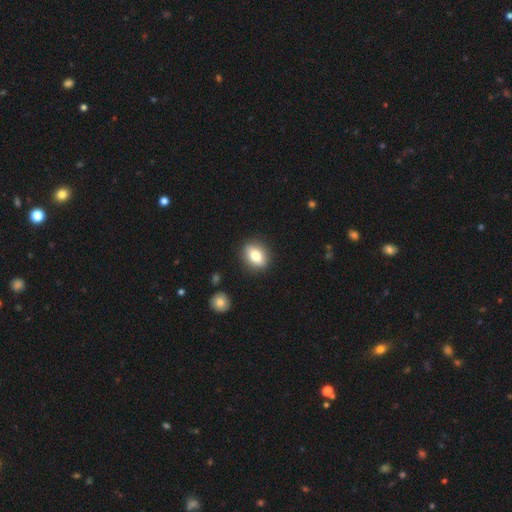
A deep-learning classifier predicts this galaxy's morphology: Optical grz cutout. It shows a smooth galaxy with no disk features (72%) that is in between round and cigar-shaped (62%). Merging: none (88%).